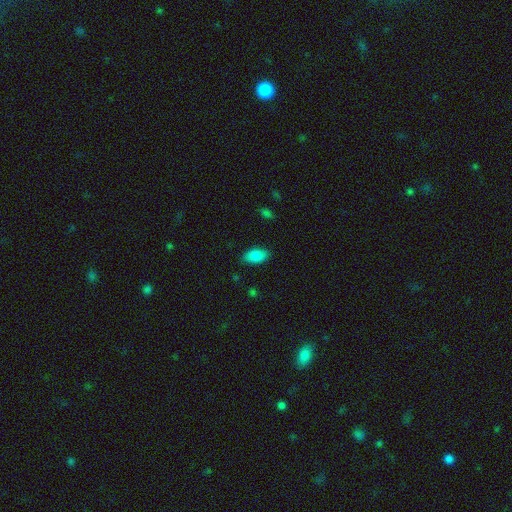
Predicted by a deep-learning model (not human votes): smooth-or-featured: smooth: 87% | star or artifact: 7% | featured or disk: 6%
  how-rounded: in between: 92% | cigar-shaped: 4% | round: 4%
  merging: none: 85% | minor disturbance: 11% | major disturbance: 3% | merger: 1%